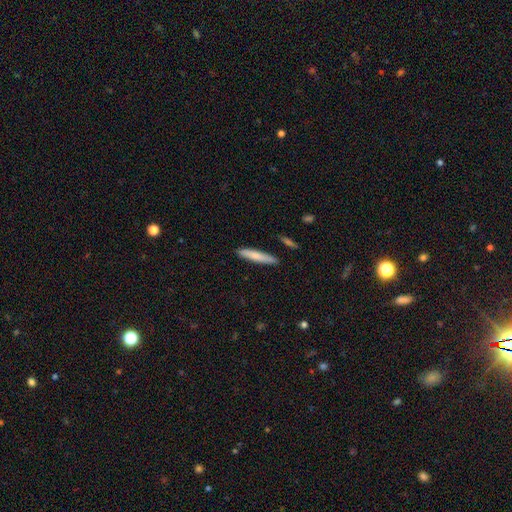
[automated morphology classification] smooth 75%, featured or disk 20%, star or artifact 5%. Down the decision tree: how rounded — cigar-shaped (92%); merging — none (88%).